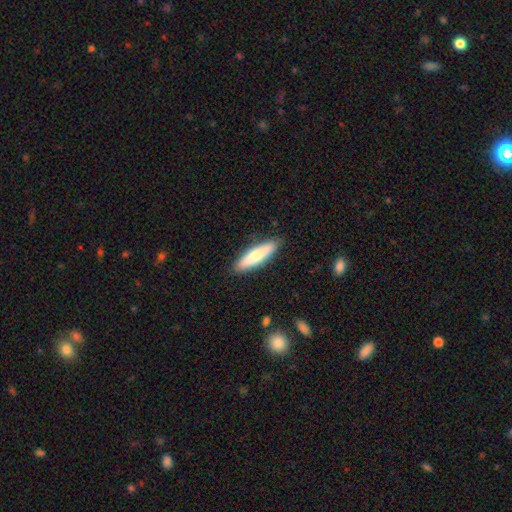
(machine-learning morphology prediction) This is likely a smooth galaxy (68%). How rounded: likely cigar-shaped (72%). Merging: clearly none (88%).